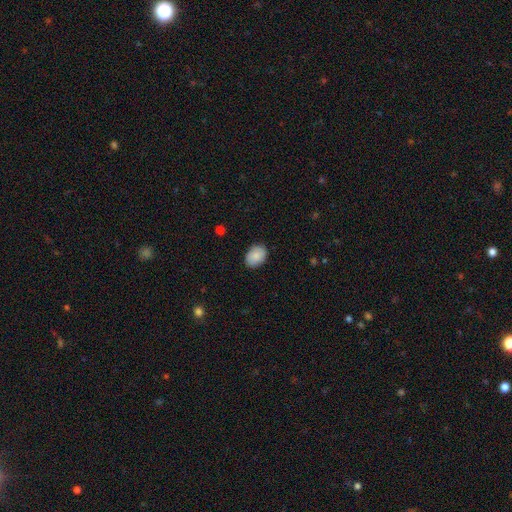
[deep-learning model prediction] A smooth galaxy with no disk features (87%) that is in between round and cigar-shaped (74%).

Vote fractions:
- Smooth or featured? smooth: 87% / star or artifact: 7% / featured or disk: 6%
- How rounded? in between: 74% / round: 25% / cigar-shaped: 1%
- Merging? none: 86% / minor disturbance: 10% / major disturbance: 2% / merger: 1%